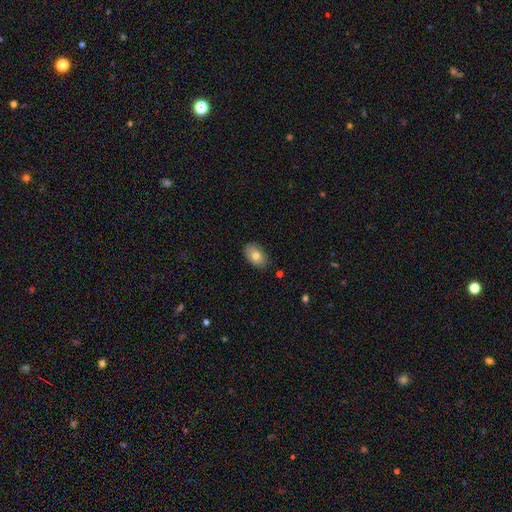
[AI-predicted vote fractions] smooth-or-featured: smooth: 77% | featured or disk: 15% | star or artifact: 8%
  how-rounded: in between: 90% | round: 9% | cigar-shaped: 1%
  merging: none: 81% | minor disturbance: 15% | major disturbance: 2% | merger: 1%